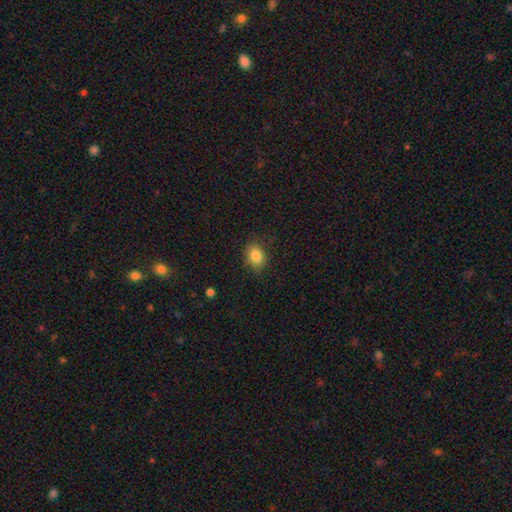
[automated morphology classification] Smooth or featured?
  - smooth: 84% *
  - star or artifact: 10%
  - featured or disk: 7%
How rounded?
  - in between: 68% *
  - round: 30%
  - cigar-shaped: 1%
Merging?
  - none: 78% *
  - minor disturbance: 17%
  - major disturbance: 4%
  - merger: 1%